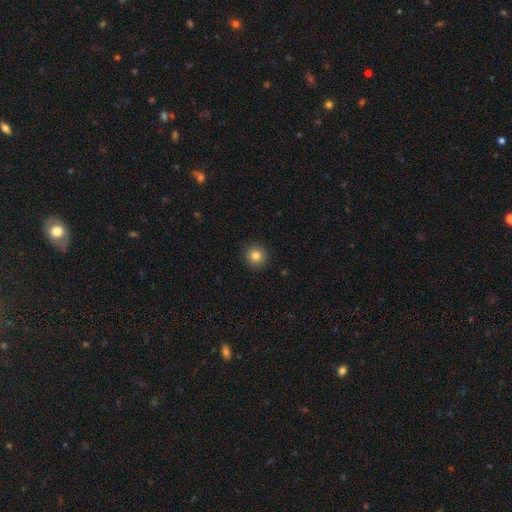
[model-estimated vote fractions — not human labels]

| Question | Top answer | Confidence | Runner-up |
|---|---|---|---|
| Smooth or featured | smooth | 82% | star or artifact (12%) |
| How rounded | round | 94% | in between (5%) |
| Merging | none | 92% | minor disturbance (5%) |